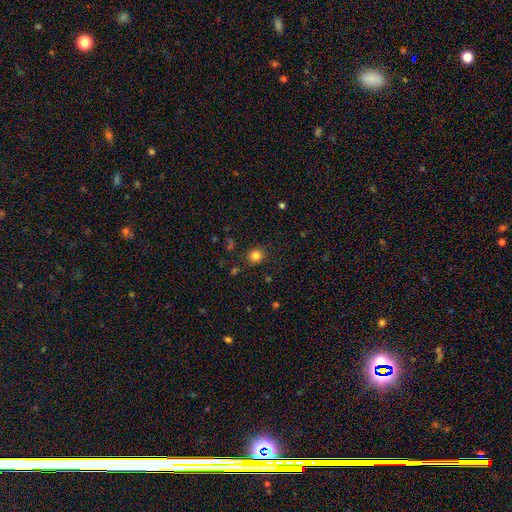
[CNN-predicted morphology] A smooth galaxy with no disk features (82%) that is round (88%). Merging: none (89%).